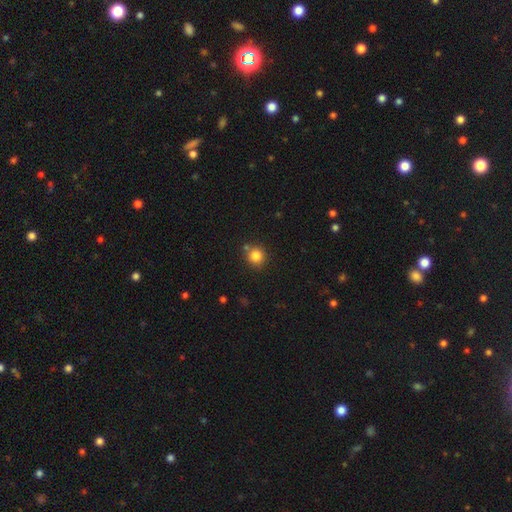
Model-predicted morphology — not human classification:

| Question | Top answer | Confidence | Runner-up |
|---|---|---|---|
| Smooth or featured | smooth | 83% | star or artifact (11%) |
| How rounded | round | 91% | in between (8%) |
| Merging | none | 78% | minor disturbance (10%) |